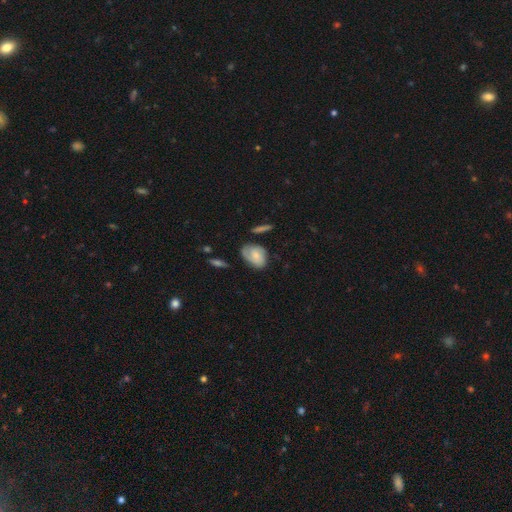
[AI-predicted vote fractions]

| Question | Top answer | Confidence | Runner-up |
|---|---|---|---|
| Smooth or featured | smooth | 53% | featured or disk (40%) |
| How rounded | in between | 79% | round (20%) |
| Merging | none | 59% | minor disturbance (29%) |